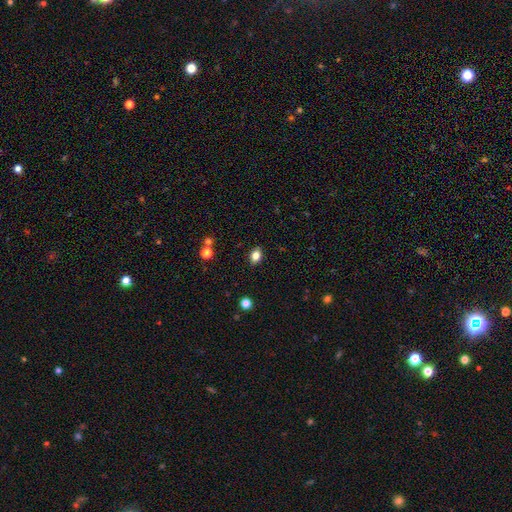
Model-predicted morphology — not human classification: smooth 81%, star or artifact 11%, featured or disk 8%. Down the decision tree: how rounded — in between (73%); merging — none (88%).